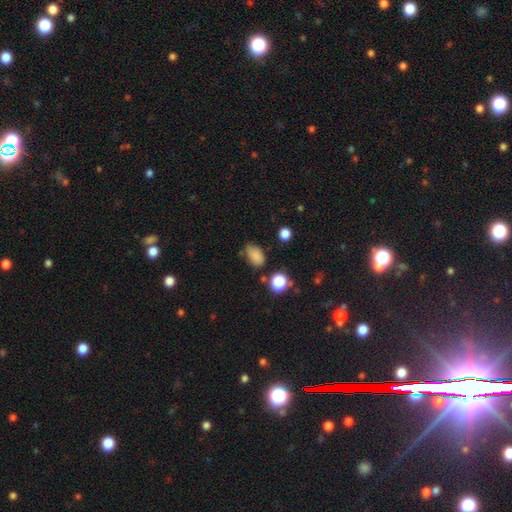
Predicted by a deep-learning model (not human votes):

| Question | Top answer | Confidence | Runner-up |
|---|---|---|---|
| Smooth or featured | smooth | 81% | star or artifact (13%) |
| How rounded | in between | 84% | round (14%) |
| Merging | none | 58% | minor disturbance (30%) |